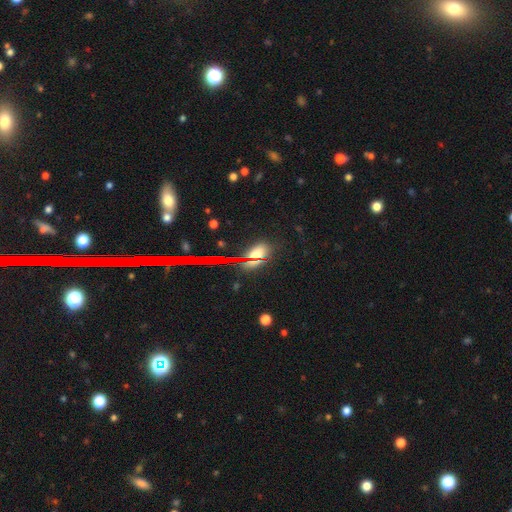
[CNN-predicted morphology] Overall: smooth (54%; star or artifact 34%). How rounded: in between (72%). Merging: none (70%).